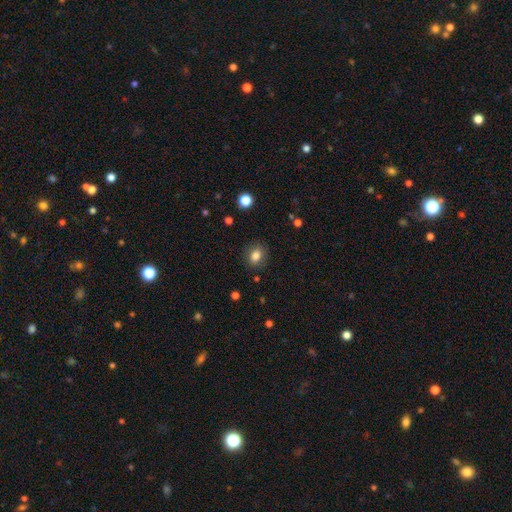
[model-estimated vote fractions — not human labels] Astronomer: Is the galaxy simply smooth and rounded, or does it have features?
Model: smooth — 83%.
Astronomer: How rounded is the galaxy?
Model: round — 50% (runner-up: in between, 48%).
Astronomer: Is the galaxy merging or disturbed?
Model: none — 85%.